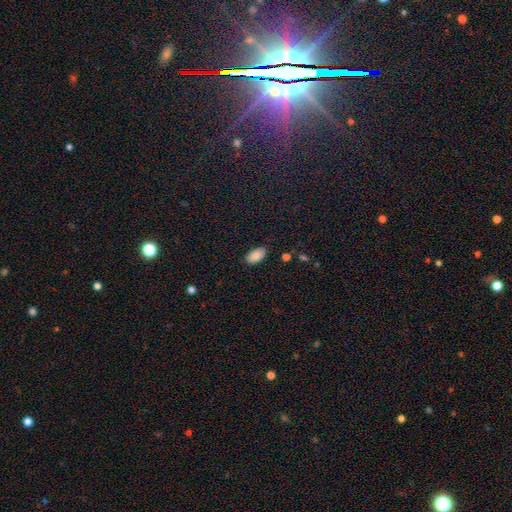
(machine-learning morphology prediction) Overall: smooth (87%). How rounded: in between (94%). Merging: none (85%).